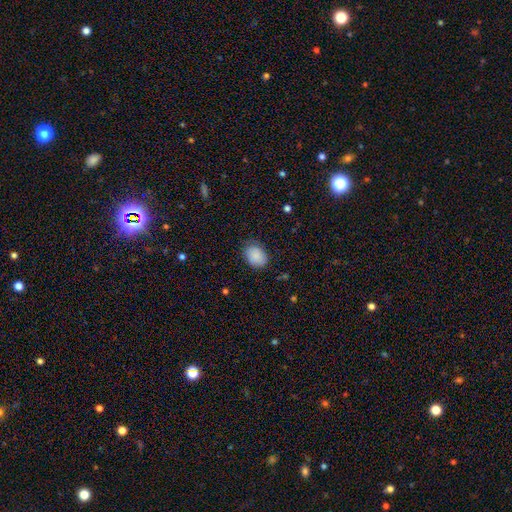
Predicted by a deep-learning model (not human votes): Smooth or featured?
  - smooth: 87% *
  - star or artifact: 7%
  - featured or disk: 6%
How rounded?
  - in between: 66% *
  - round: 33%
  - cigar-shaped: 1%
Merging?
  - none: 76% *
  - minor disturbance: 19%
  - major disturbance: 4%
  - merger: 1%